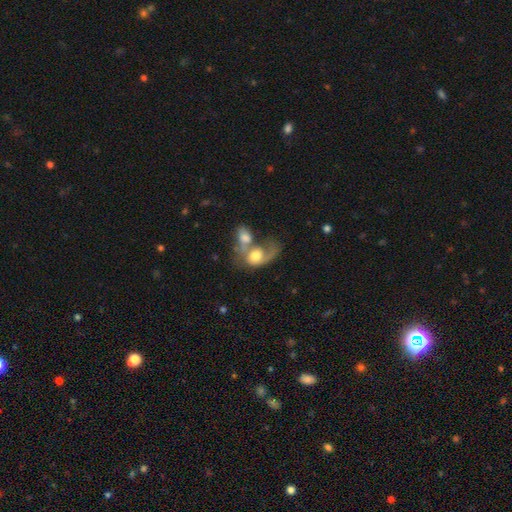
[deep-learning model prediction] Morphology: type=featured or disk (48%); merging=merger (69%).